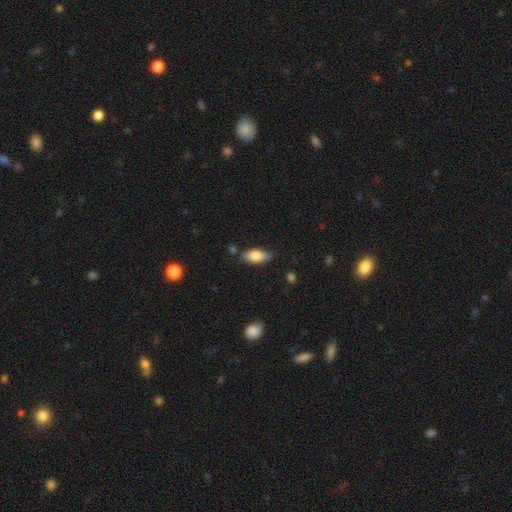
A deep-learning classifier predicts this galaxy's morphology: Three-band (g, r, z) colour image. It shows a smooth galaxy with no disk features (79%) that is in between round and cigar-shaped (82%). Merging: none (78%).